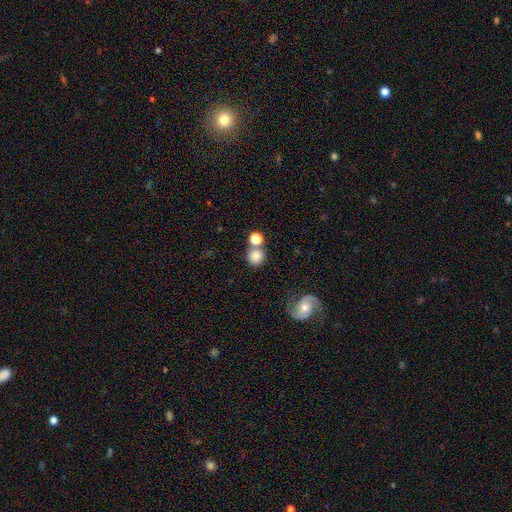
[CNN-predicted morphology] smooth_or_featured: smooth (p=0.81) [alt: star or artifact p=0.10]
how_rounded: round (p=0.88) [alt: in between p=0.11]
merging: none (p=0.59) [alt: merger p=0.26]